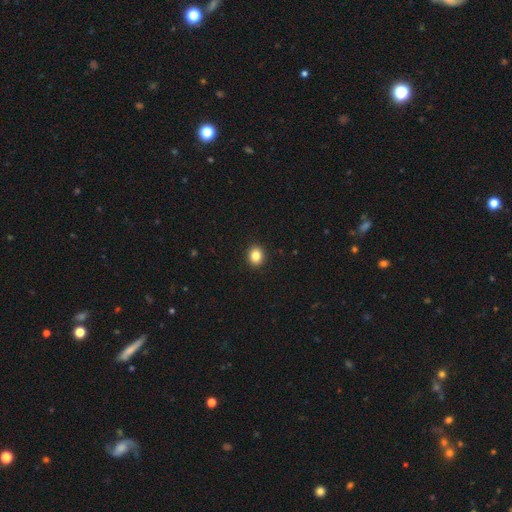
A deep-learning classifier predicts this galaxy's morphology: This is clearly a smooth galaxy (85%). How rounded: likely round (62%). Merging: clearly none (92%).